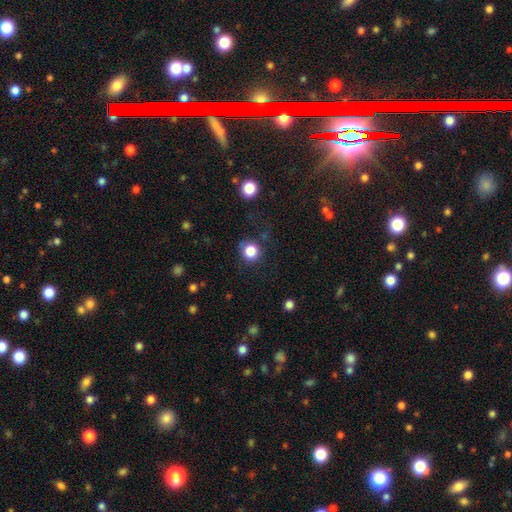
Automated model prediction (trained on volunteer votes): This is likely a star or artifact rather than a galaxy (70%).